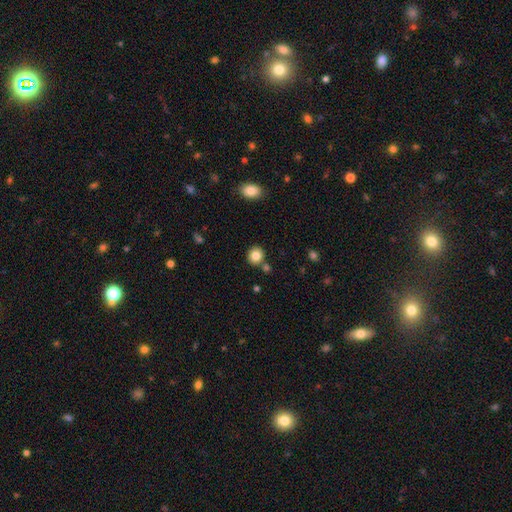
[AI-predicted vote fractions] A smooth galaxy with no disk features (84%) that is round (86%). Merging: none (81%).